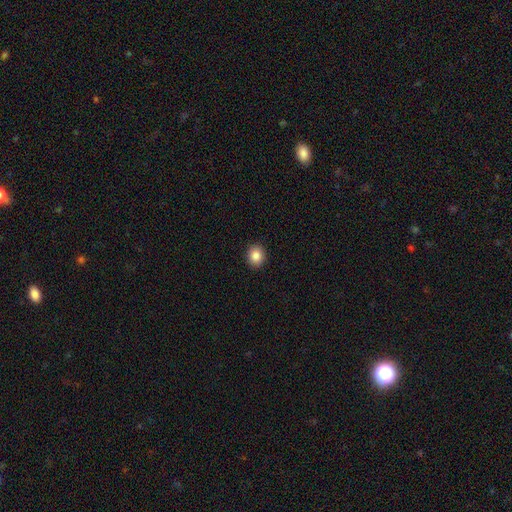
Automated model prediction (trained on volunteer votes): smooth 86%, star or artifact 9%, featured or disk 5%. Down the decision tree: how rounded — round (72%); merging — none (92%).